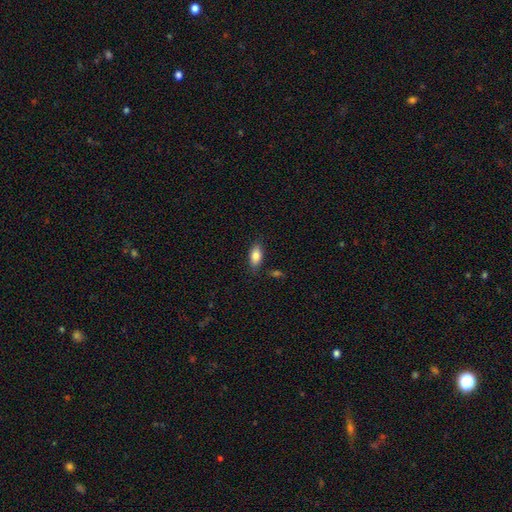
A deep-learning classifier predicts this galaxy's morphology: A smooth galaxy with no disk features (83%) that is in between round and cigar-shaped (89%).

Vote fractions:
- Smooth or featured? smooth: 83% / featured or disk: 10% / star or artifact: 7%
- How rounded? in between: 89% / cigar-shaped: 8% / round: 3%
- Merging? none: 83% / minor disturbance: 12% / merger: 3% / major disturbance: 3%